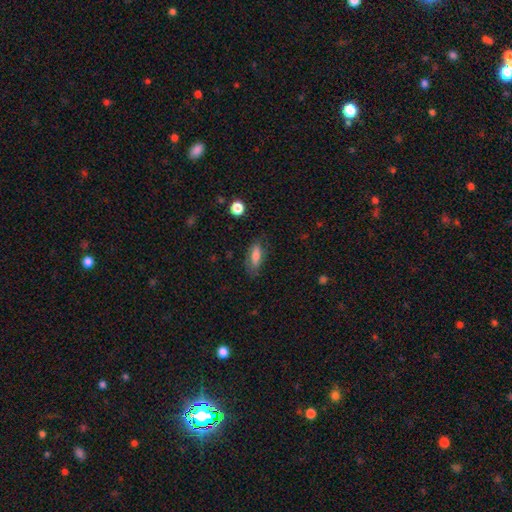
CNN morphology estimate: smooth-or-featured: smooth: 68% | featured or disk: 24% | star or artifact: 8%
  how-rounded: in between: 71% | cigar-shaped: 25% | round: 3%
  merging: none: 71% | minor disturbance: 20% | major disturbance: 7% | merger: 2%